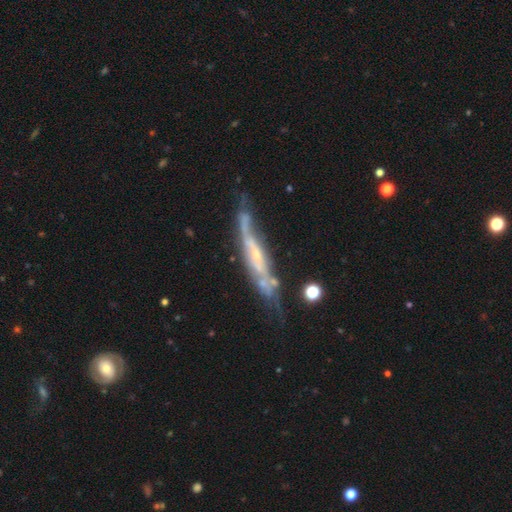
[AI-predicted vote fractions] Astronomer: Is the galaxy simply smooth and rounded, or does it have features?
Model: featured or disk — 78%.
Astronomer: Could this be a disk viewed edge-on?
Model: yes — 62% (runner-up: no, 38%).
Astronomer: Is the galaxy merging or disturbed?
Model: none — 54%.